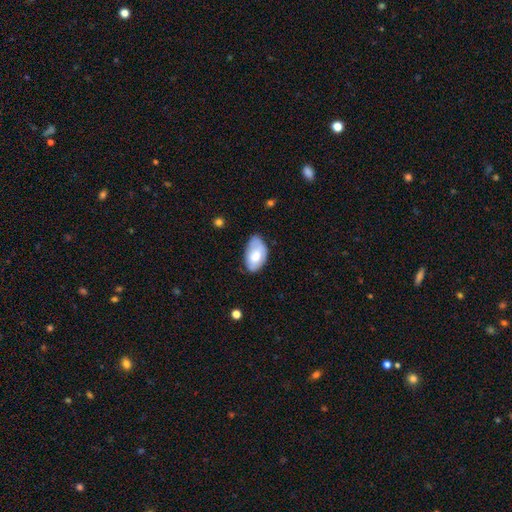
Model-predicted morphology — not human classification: This appears to be a smooth galaxy with no disk features (68%) that is in between round and cigar-shaped (94%). Merging: none (56%).